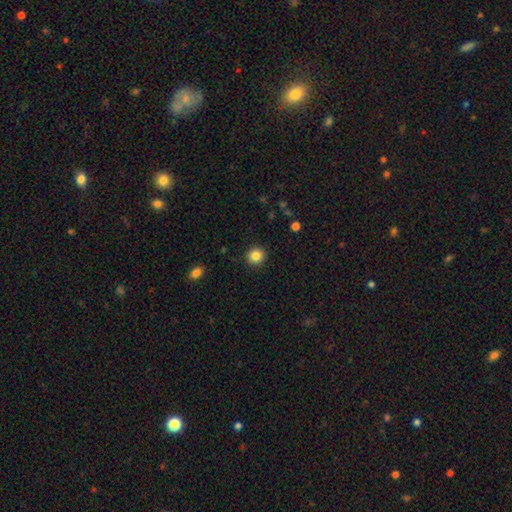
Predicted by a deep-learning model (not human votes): Smooth or featured? Predicted: smooth (p=0.85). How rounded? Predicted: round (p=0.93). Merging? Predicted: none (p=0.91).